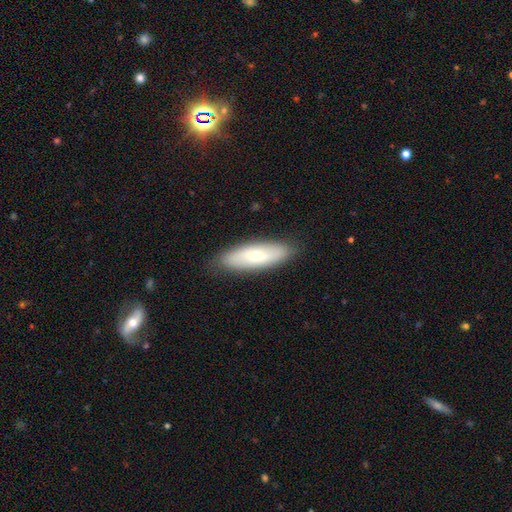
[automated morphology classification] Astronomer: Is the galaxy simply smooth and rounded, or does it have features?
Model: smooth — 63%.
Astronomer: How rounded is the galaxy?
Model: in between — 59% (runner-up: cigar-shaped, 39%).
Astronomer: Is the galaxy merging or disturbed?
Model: none — 86%.